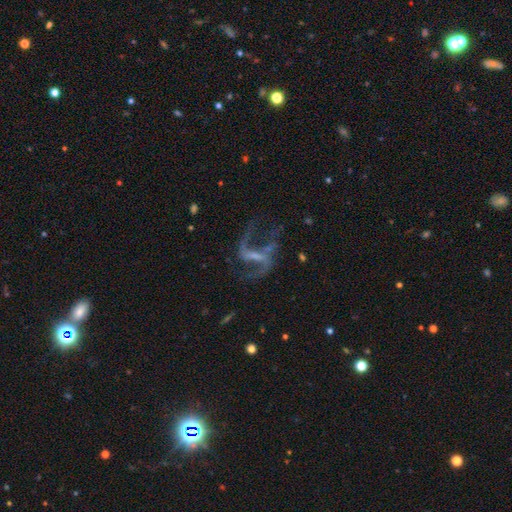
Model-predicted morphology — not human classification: Smooth or featured: featured or disk — 86% (star or artifact — 9%)
Edge-on disk: no — 97% (yes — 3%)
Bar: strong — 47% (weak — 39%)
Spiral arms: yes — 93% (no — 7%)
Spiral winding: loose — 73% (medium — 23%)
Spiral arm count: 2 — 88% (1 — 3%)
Bulge size: none — 43% (small — 37%)
Merging: none — 55% (major disturbance — 27%)